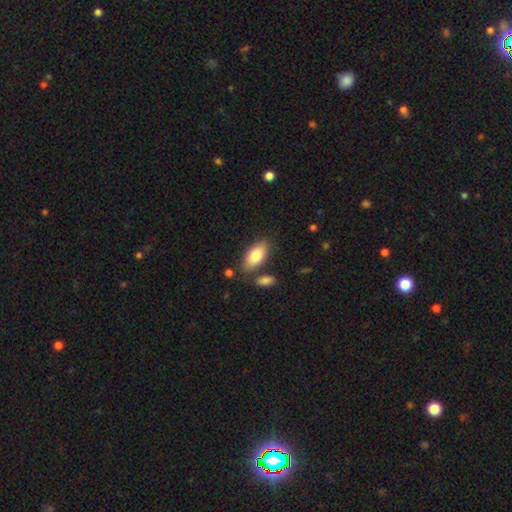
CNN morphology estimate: This is clearly a smooth galaxy (81%). How rounded: clearly in between (92%). Merging: likely none (74%).